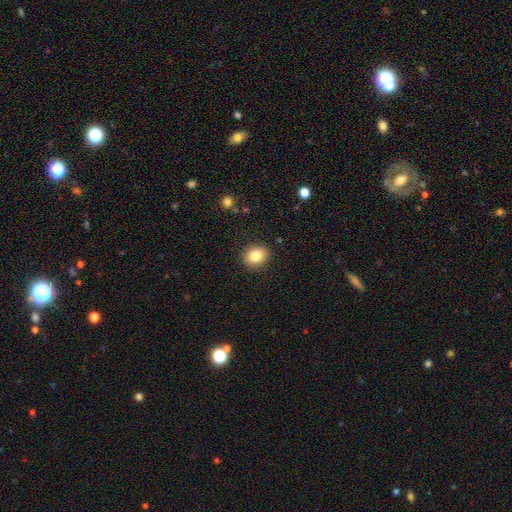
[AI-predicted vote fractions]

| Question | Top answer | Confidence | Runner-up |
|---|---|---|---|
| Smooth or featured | smooth | 84% | star or artifact (9%) |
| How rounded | round | 54% | in between (45%) |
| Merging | none | 89% | minor disturbance (8%) |